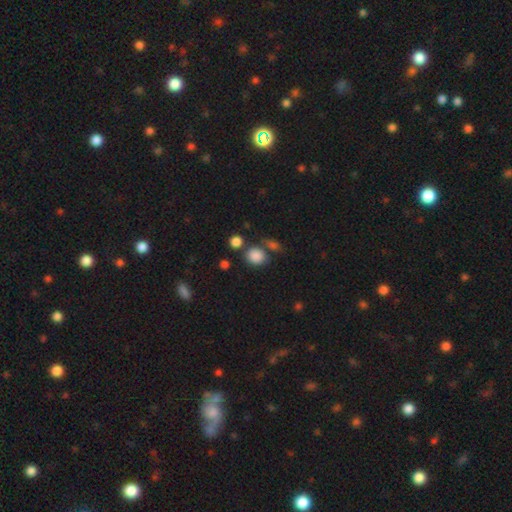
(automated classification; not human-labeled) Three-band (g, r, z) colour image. It shows a smooth galaxy with no disk features (84%) that is round (67%). Merging: none (63%).